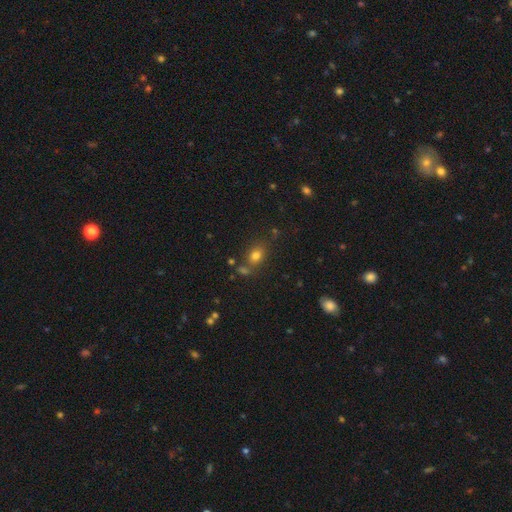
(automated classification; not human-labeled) The model was most divided on "how rounded": in between: 58%, round: 41%, cigar-shaped: 1%. More confident: smooth or featured — smooth (77%); merging — none (69%).